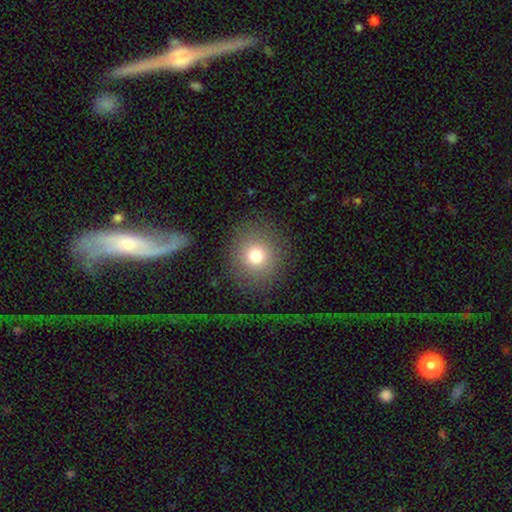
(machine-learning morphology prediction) Smooth or featured: smooth — 75% (star or artifact — 13%)
How rounded: round — 89% (in between — 10%)
Merging: none — 80% (major disturbance — 9%)